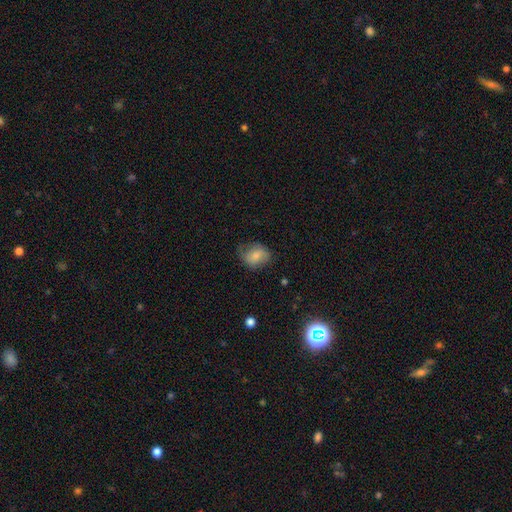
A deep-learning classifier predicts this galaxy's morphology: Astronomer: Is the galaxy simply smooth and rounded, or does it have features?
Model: smooth — 70%.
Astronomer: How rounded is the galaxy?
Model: in between — 52% (runner-up: round, 46%).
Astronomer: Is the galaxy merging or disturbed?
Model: none — 59%.